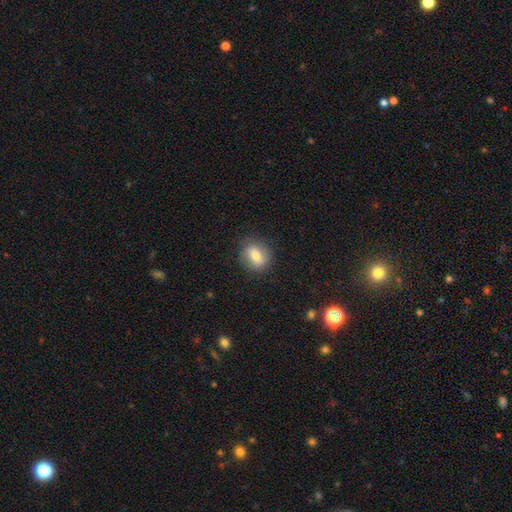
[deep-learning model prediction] Smooth or featured?
  - smooth: 70% *
  - featured or disk: 22%
  - star or artifact: 9%
How rounded?
  - round: 61% *
  - in between: 38%
  - cigar-shaped: 2%
Merging?
  - none: 81% *
  - minor disturbance: 14%
  - major disturbance: 4%
  - merger: 1%